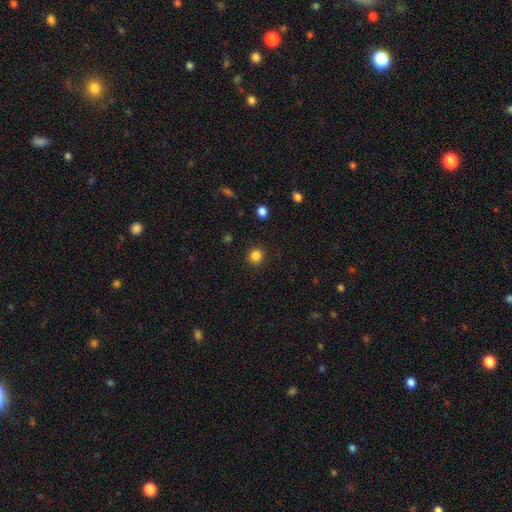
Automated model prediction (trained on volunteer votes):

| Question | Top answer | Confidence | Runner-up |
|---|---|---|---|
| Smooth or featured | smooth | 85% | star or artifact (12%) |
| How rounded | round | 93% | in between (6%) |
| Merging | none | 91% | minor disturbance (6%) |